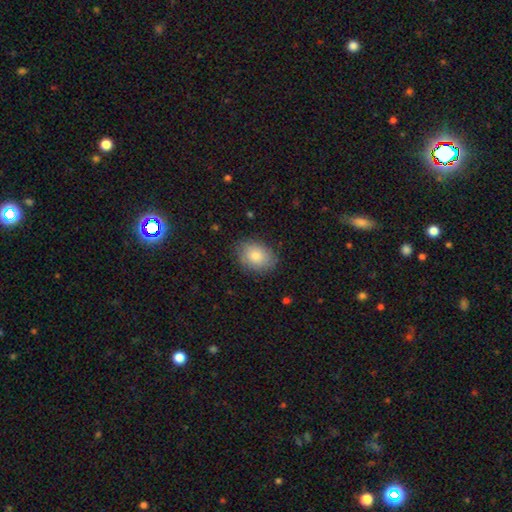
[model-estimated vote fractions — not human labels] Morphology: type=smooth (81%); roundness=in between (69%); merging=none (82%).